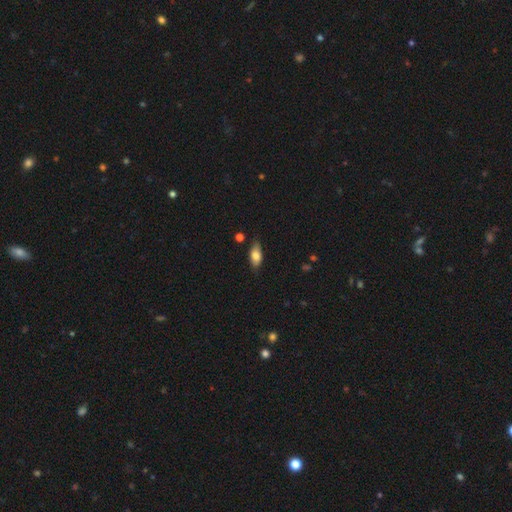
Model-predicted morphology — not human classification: This appears to be a smooth galaxy with no disk features (77%) that is in between round and cigar-shaped (86%). Merging: none (77%).